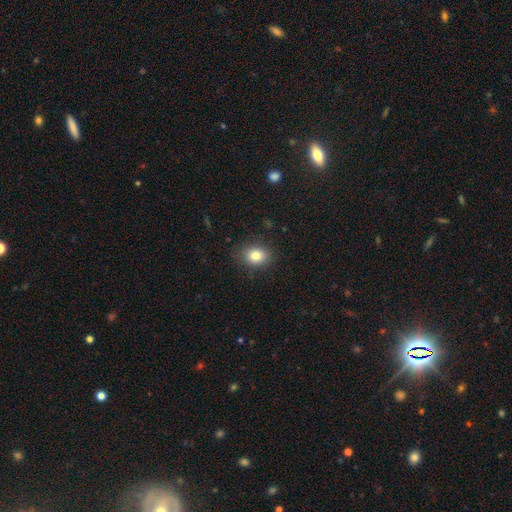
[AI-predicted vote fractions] Overall: smooth (82%). How rounded: in between (53%; round 46%). Merging: none (87%).